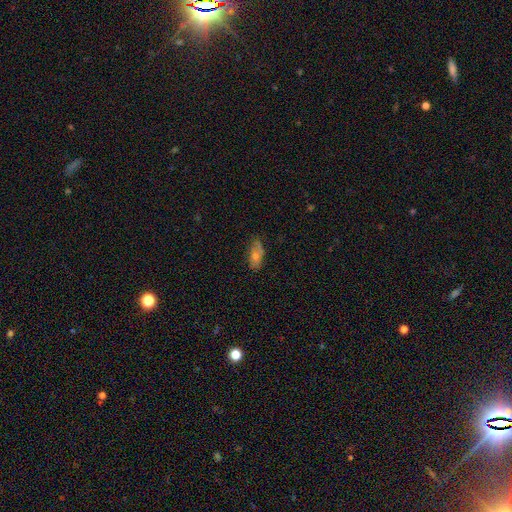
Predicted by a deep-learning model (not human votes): Overall: smooth (50%; featured or disk 36%). Merging: none (65%; minor disturbance 25%).